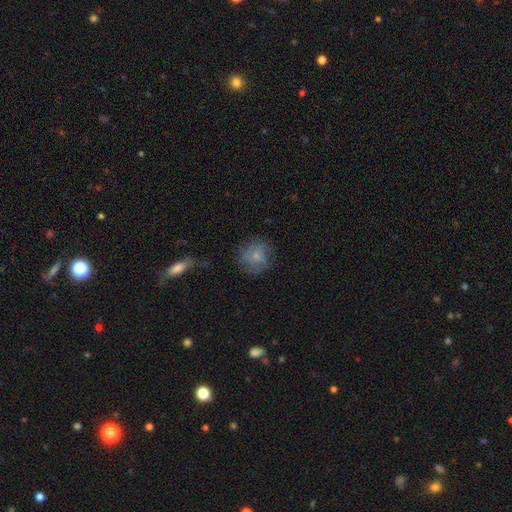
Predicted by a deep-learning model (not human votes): The model was most divided on "smooth or featured": smooth: 64%, featured or disk: 27%, star or artifact: 9%. More confident: how rounded — round (85%); merging — none (66%).